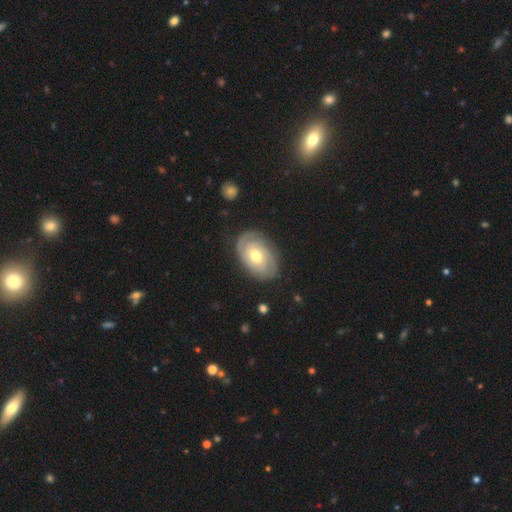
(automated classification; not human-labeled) A featured or disk galaxy (72%) with no bar (73%), 2 (42%) tight (72%) spiral arms (85%) and a moderate central bulge (74%). Merging: none (80%).